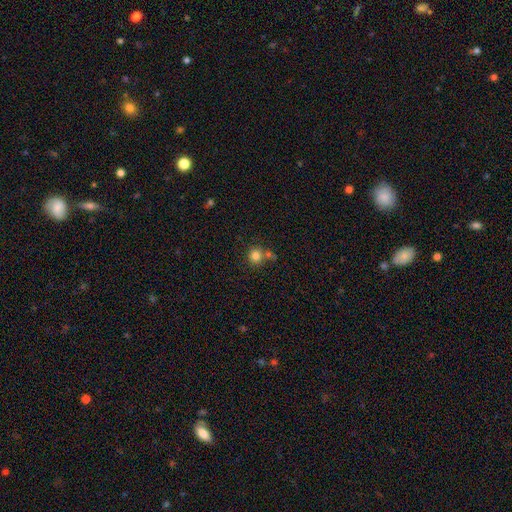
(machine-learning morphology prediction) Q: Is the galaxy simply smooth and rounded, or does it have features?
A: smooth — 82%.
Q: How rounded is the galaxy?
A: round — 89%.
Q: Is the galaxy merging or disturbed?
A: none — 63%.